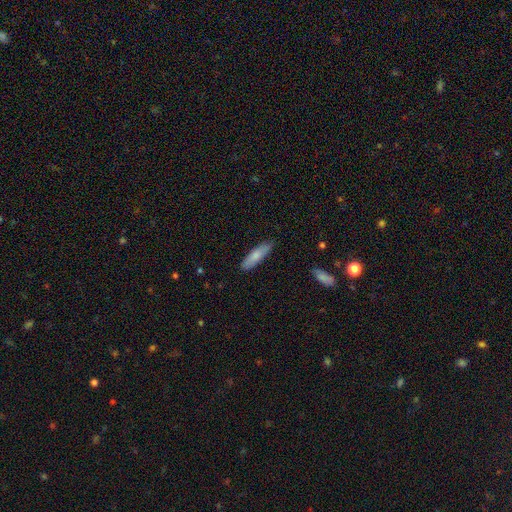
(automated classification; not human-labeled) Q: Smooth or featured?
A: smooth (76%); runner-up: featured or disk (19%)
Q: How rounded?
A: cigar-shaped (66%); runner-up: in between (33%)
Q: Merging?
A: none (86%); runner-up: minor disturbance (11%)